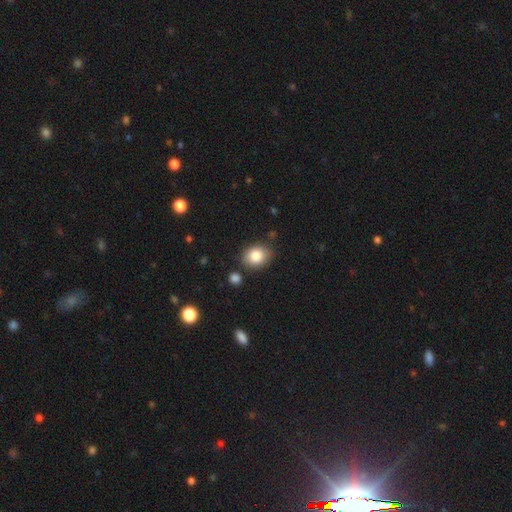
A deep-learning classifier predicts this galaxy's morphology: A smooth galaxy with no disk features (84%) that is in between round and cigar-shaped (57%). Merging: none (81%).